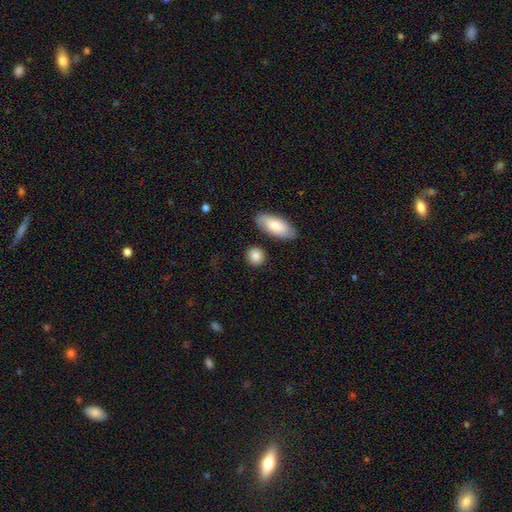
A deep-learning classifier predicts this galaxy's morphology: This appears to be a smooth galaxy with no disk features (86%) that is round (71%). Merging: none (83%).